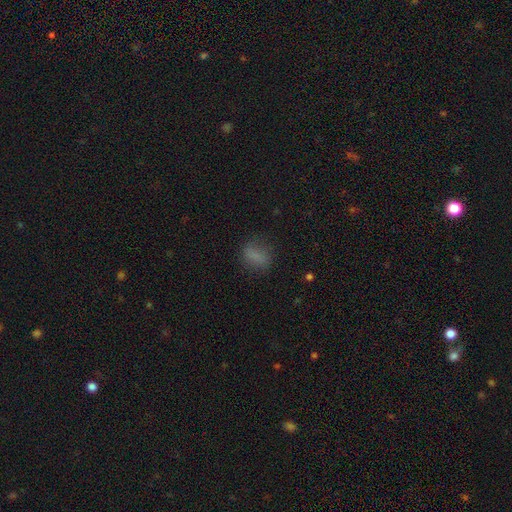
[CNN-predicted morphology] A smooth galaxy with no disk features (78%) that is in between round and cigar-shaped (67%).

Vote fractions:
- Smooth or featured? smooth: 78% / star or artifact: 13% / featured or disk: 9%
- How rounded? in between: 67% / round: 29% / cigar-shaped: 4%
- Merging? none: 70% / minor disturbance: 19% / major disturbance: 9% / merger: 1%